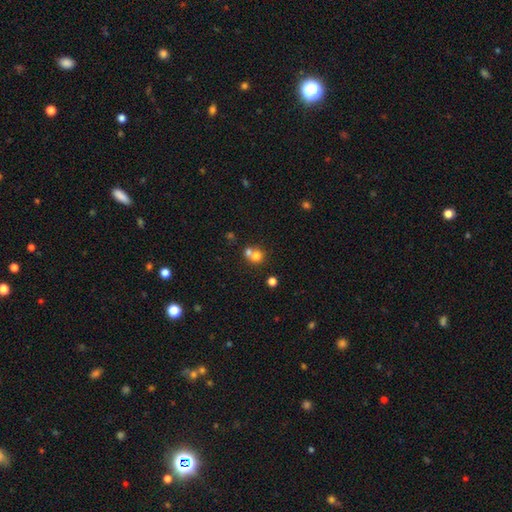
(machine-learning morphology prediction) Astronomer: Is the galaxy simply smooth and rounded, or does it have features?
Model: smooth — 73%.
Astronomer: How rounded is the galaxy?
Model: round — 84%.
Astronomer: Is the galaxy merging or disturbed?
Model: merger — 54% (runner-up: none, 38%).